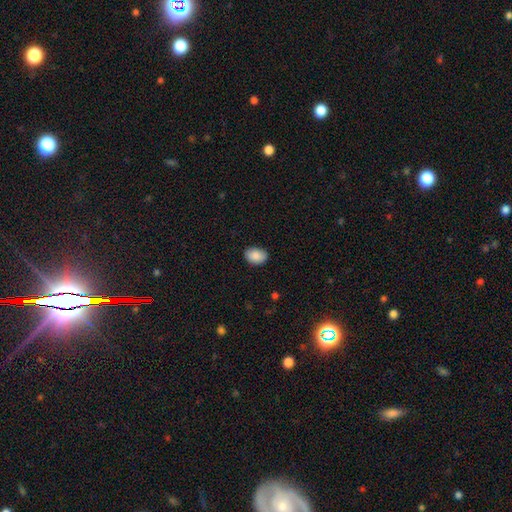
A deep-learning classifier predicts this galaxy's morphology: The model was most divided on "how rounded": in between: 77%, round: 22%, cigar-shaped: 1%. More confident: smooth or featured — smooth (88%); merging — none (88%).